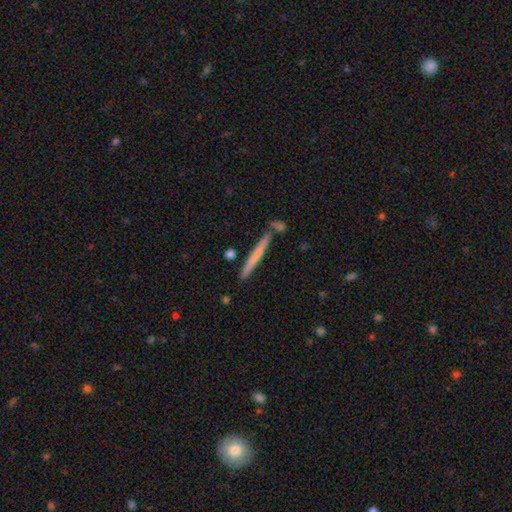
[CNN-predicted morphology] This appears to be a smooth galaxy with no disk features (59%) that is cigar-shaped (97%). Merging: none (81%).